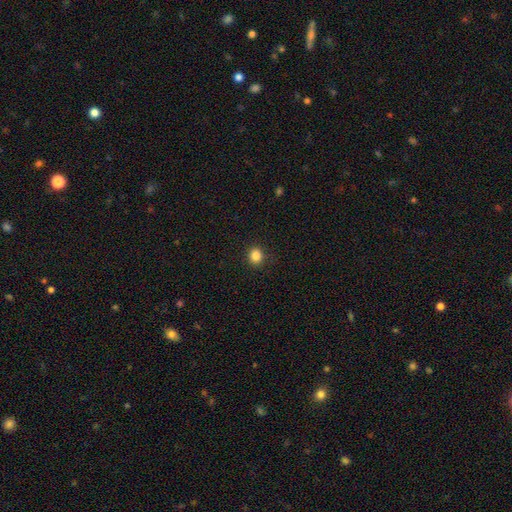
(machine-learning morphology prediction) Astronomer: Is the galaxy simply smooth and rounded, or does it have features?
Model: smooth — 85%.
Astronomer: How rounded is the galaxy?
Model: round — 83%.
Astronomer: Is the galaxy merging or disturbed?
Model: none — 90%.